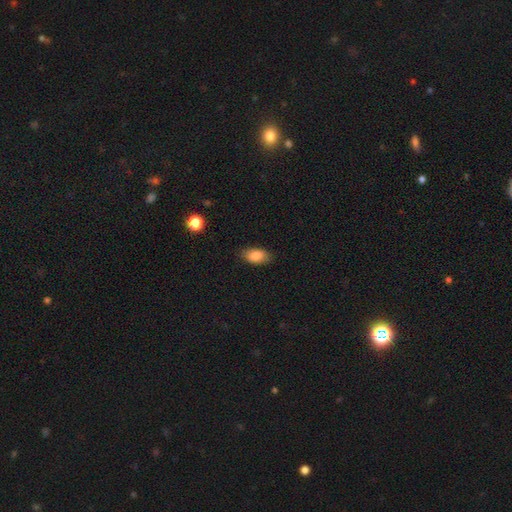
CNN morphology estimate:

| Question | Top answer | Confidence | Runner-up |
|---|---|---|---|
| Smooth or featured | smooth | 86% | star or artifact (8%) |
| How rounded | in between | 91% | round (6%) |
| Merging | none | 82% | minor disturbance (14%) |